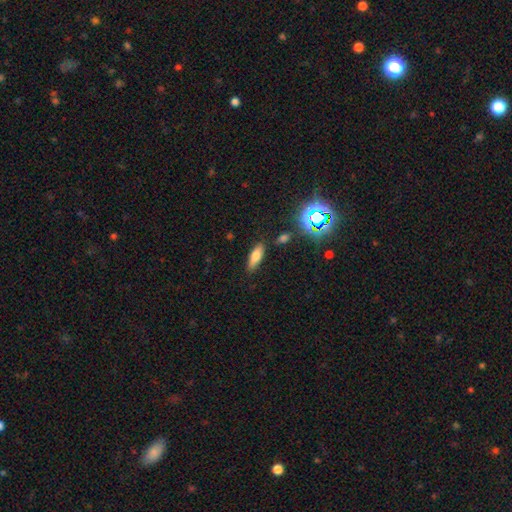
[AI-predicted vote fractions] This is likely a smooth galaxy (71%). How rounded: likely in between (60%). Merging: clearly none (81%).